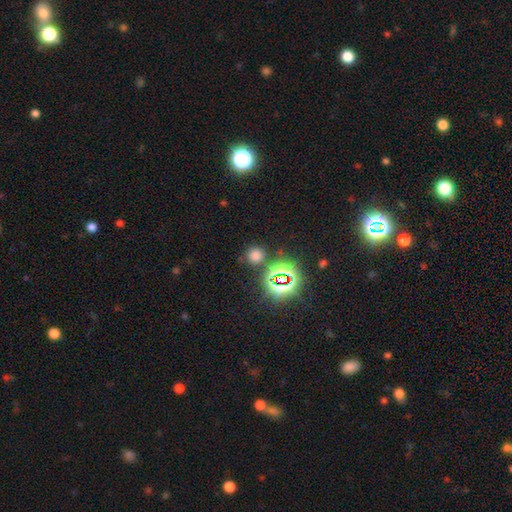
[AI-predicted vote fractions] A smooth galaxy with no disk features (61%) that is round (88%). Merging: none (80%).